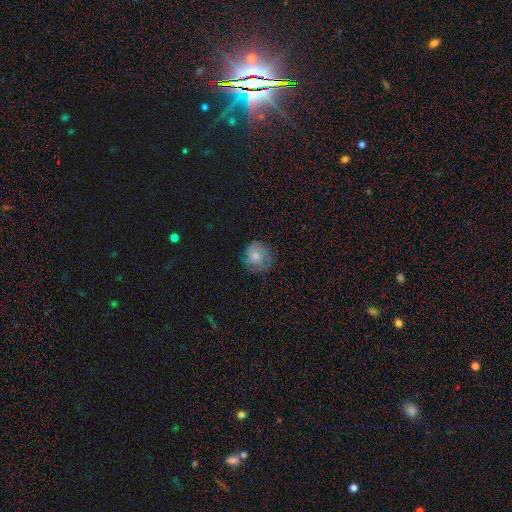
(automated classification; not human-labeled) smooth-or-featured: smooth: 50% | featured or disk: 40% | star or artifact: 10%
  how-rounded: round: 81% | in between: 18% | cigar-shaped: 1%
  merging: none: 68% | minor disturbance: 22% | major disturbance: 10% | merger: 1%